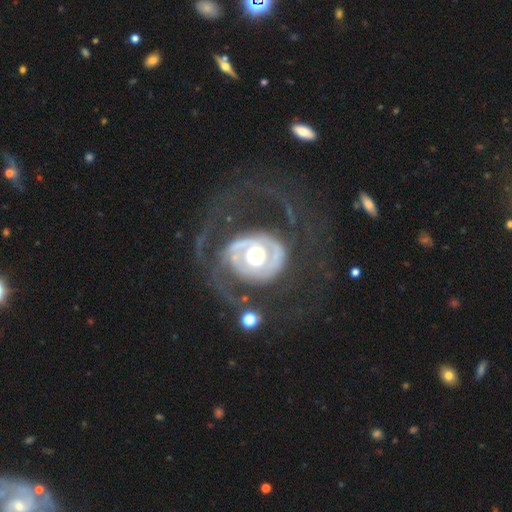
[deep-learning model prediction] smooth-or-featured: featured or disk: 86% | smooth: 9% | star or artifact: 5%
  disk-edge-on: no: 97% | yes: 3%
    bar: no: 74% | weak: 18% | strong: 8%
    has-spiral-arms: yes: 85% | no: 15%
      spiral-winding: tight: 37% (tied) | medium: 37% (tied) | loose: 26%
      spiral-arm-count: 2: 56% | can't tell: 15% | 1: 12% | 3: 9% | 4: 4% | more than 4: 4%
    bulge-size: moderate: 59% | large: 31% | small: 5% | dominant: 3% | none: 1%
  merging: none: 41% | major disturbance: 40% | minor disturbance: 15% | merger: 4%